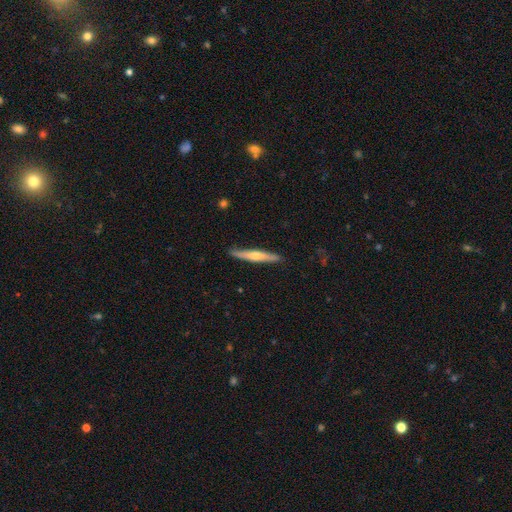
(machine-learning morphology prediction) Smooth or featured? Predicted: featured or disk (p=0.51). Edge-on disk? Predicted: yes (p=0.95). Merging? Predicted: none (p=0.88).